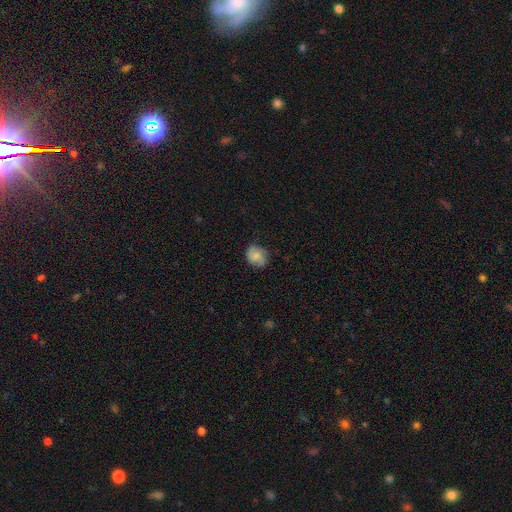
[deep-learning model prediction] The model was most divided on "how rounded": round: 58%, in between: 41%, cigar-shaped: 1%. More confident: merging — none (74%); smooth or featured — smooth (73%).